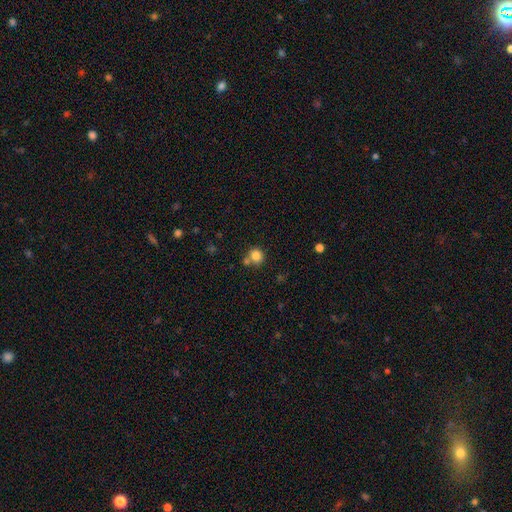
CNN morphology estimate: smooth 82%, star or artifact 11%, featured or disk 7%. Down the decision tree: how rounded — round (88%); merging — none (62%).